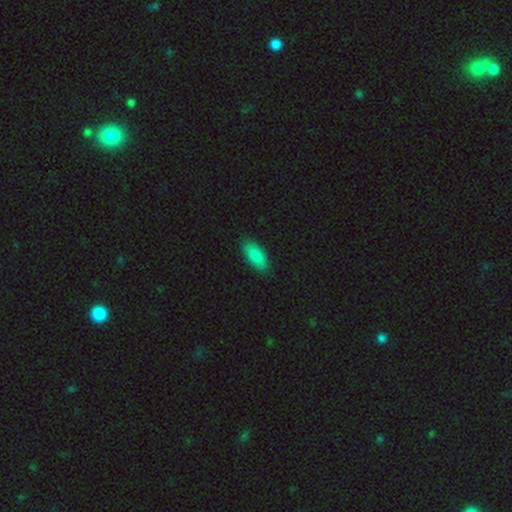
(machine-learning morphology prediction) Smooth or featured: smooth — 88% (star or artifact — 7%)
How rounded: in between — 86% (cigar-shaped — 12%)
Merging: none — 86% (minor disturbance — 11%)